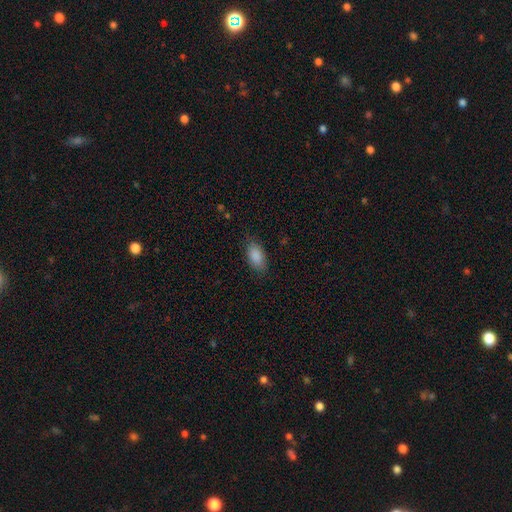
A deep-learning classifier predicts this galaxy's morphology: Smooth or featured?
  - smooth: 88% *
  - star or artifact: 7%
  - featured or disk: 5%
How rounded?
  - in between: 92% *
  - cigar-shaped: 4%
  - round: 4%
Merging?
  - none: 81% *
  - minor disturbance: 14%
  - major disturbance: 4%
  - merger: 1%